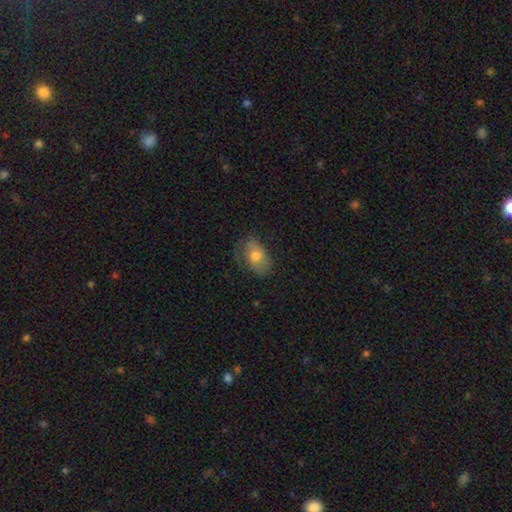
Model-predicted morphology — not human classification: smooth-or-featured: smooth: 66% | featured or disk: 26% | star or artifact: 8%
  how-rounded: in between: 82% | round: 16% | cigar-shaped: 1%
  merging: none: 54% | minor disturbance: 29% | major disturbance: 15% | merger: 1%